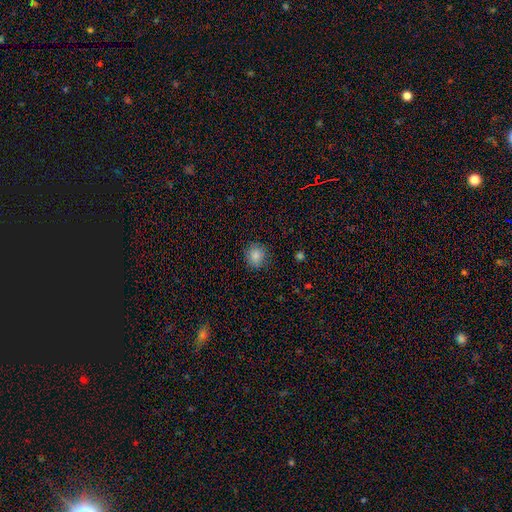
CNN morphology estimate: smooth-or-featured: smooth: 86% | star or artifact: 10% | featured or disk: 4%
  how-rounded: round: 84% | in between: 15% | cigar-shaped: 1%
  merging: none: 86% | minor disturbance: 10% | major disturbance: 3% | merger: 1%